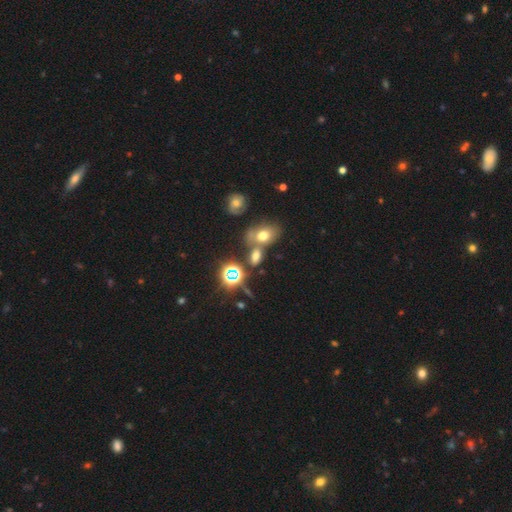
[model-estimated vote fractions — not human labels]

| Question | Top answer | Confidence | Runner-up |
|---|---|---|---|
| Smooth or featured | smooth | 54% | star or artifact (29%) |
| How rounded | in between | 77% | round (19%) |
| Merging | none | 49% | merger (34%) |